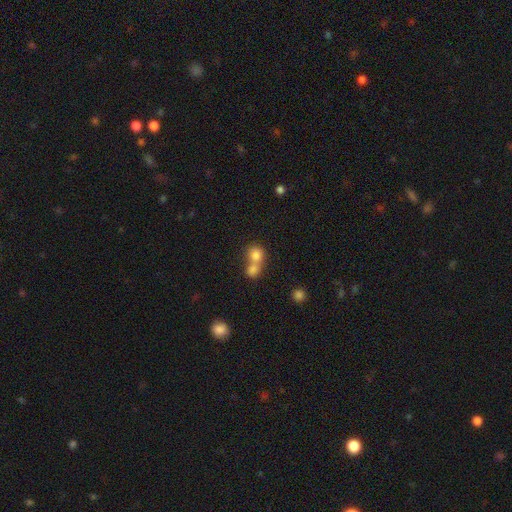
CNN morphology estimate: Smooth or featured?
  - smooth: 78% *
  - featured or disk: 11%
  - star or artifact: 11%
How rounded?
  - round: 79% *
  - in between: 20%
  - cigar-shaped: 1%
Merging?
  - merger: 63% *
  - none: 29%
  - minor disturbance: 5%
  - major disturbance: 3%